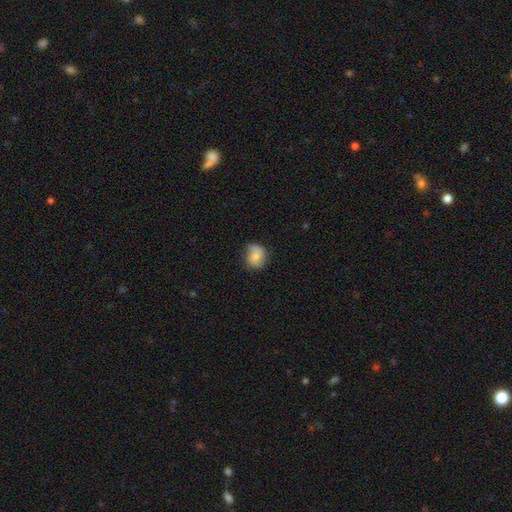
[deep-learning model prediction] This is likely a smooth galaxy (63%). How rounded: likely round (63%). Merging: likely none (61%).